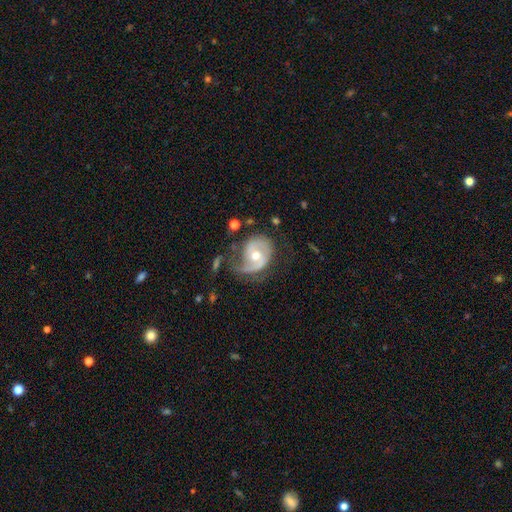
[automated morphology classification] A featured or disk galaxy (79%) with no bar (56%), 2 (52%) medium (42%) spiral arms (90%) and a moderate central bulge (67%). Merging: none (46%).